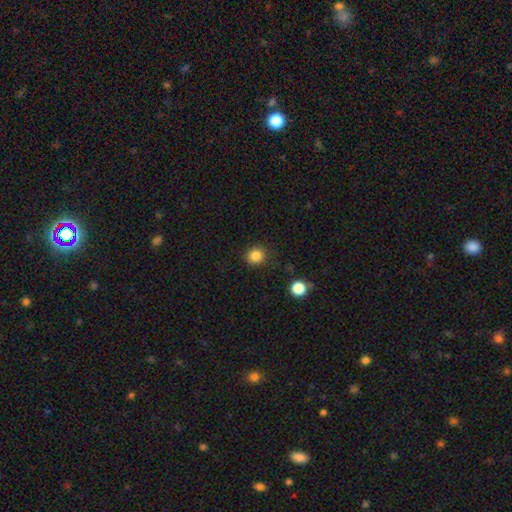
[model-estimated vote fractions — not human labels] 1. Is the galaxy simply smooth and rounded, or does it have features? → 85% smooth, 11% star or artifact, 4% featured or disk.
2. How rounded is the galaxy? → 89% round, 10% in between, 1% cigar-shaped.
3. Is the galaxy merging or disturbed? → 88% none, 8% minor disturbance, 3% major disturbance, 2% merger.